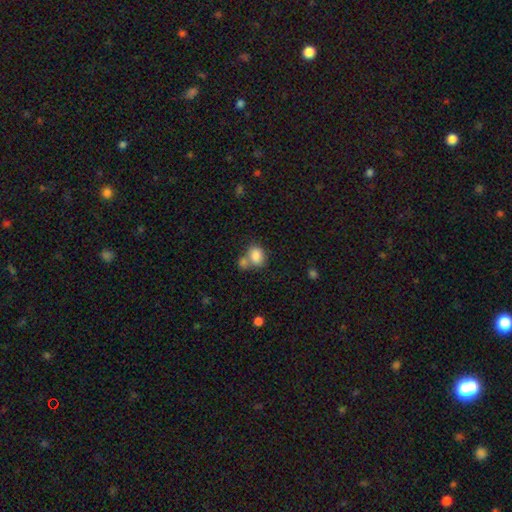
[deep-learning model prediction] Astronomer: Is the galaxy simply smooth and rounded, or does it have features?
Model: smooth — 84%.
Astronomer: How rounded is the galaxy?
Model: in between — 57% (runner-up: round, 42%).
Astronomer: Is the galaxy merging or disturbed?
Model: merger — 43% (runner-up: none, 40%).